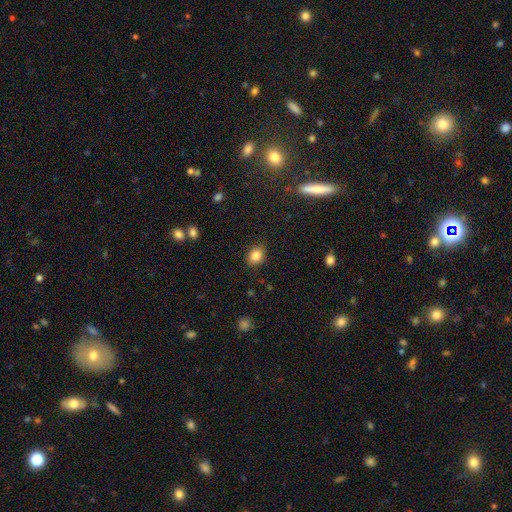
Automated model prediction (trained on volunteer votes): Morphology: type=smooth (85%); roundness=round (59%); merging=none (86%).